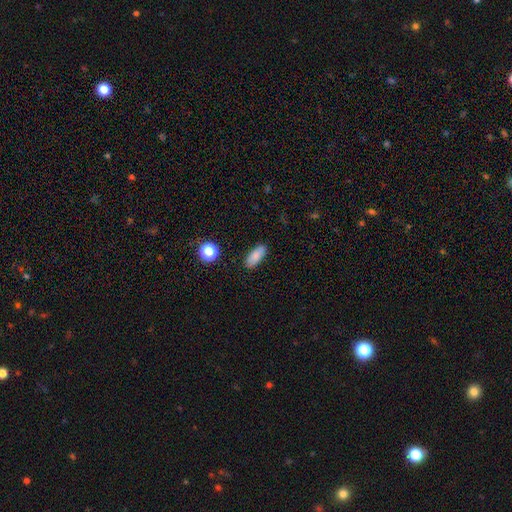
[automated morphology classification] Smooth or featured: smooth — 84% (star or artifact — 9%)
How rounded: in between — 80% (cigar-shaped — 16%)
Merging: none — 86% (minor disturbance — 10%)